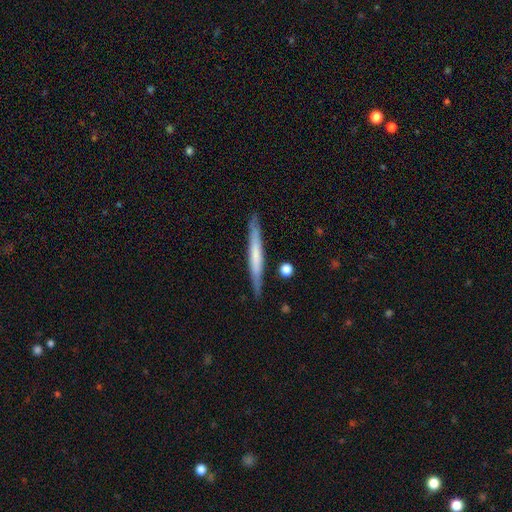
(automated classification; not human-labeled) Overall: smooth (50%; featured or disk 45%). Merging: none (87%).